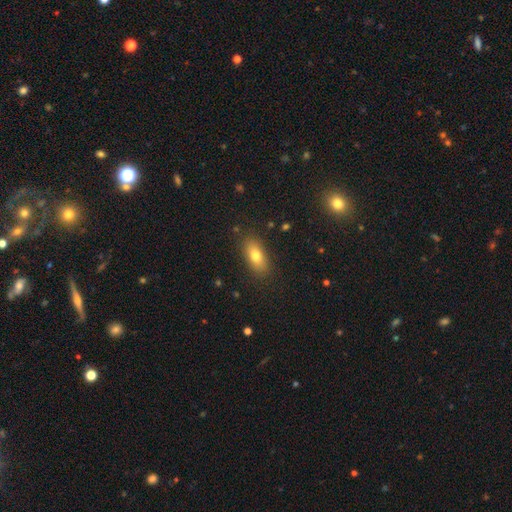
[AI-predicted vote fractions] Overall: smooth (77%). How rounded: in between (84%). Merging: none (86%).